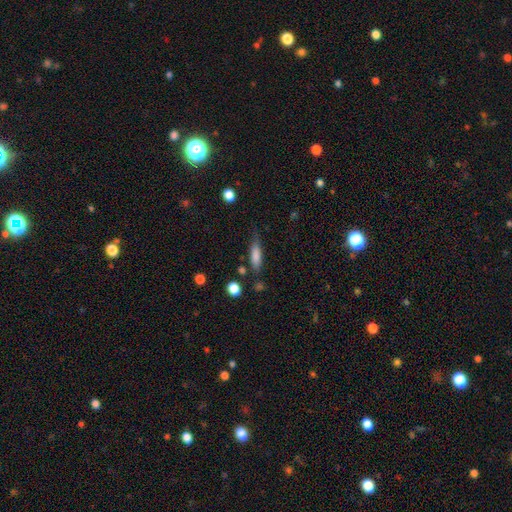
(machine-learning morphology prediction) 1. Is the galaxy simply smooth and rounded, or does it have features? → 78% smooth, 14% featured or disk, 8% star or artifact.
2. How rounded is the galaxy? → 58% cigar-shaped, 39% in between, 3% round.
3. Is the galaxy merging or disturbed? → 63% none, 25% minor disturbance, 8% major disturbance, 4% merger.